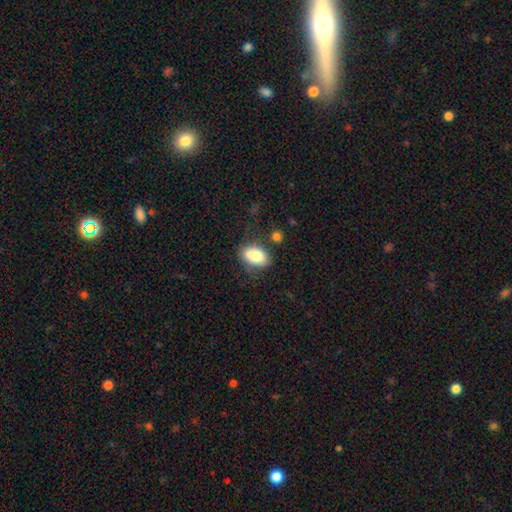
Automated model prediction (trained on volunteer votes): A smooth galaxy with no disk features (80%) that is in between round and cigar-shaped (89%).

Vote fractions:
- Smooth or featured? smooth: 80% / featured or disk: 12% / star or artifact: 7%
- How rounded? in between: 89% / round: 9% / cigar-shaped: 2%
- Merging? none: 63% / minor disturbance: 20% / merger: 10% / major disturbance: 6%